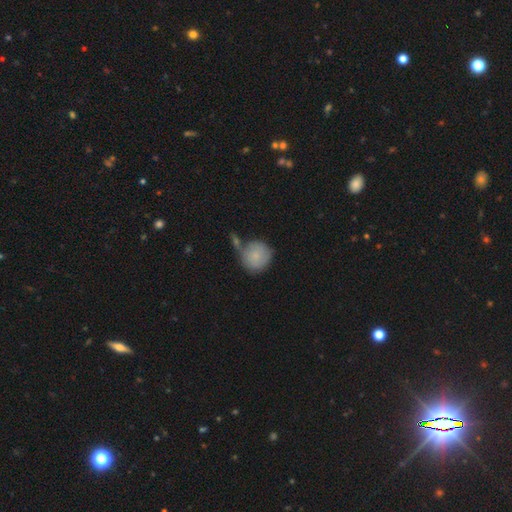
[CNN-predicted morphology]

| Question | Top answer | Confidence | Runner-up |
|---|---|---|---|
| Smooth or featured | smooth | 81% | featured or disk (13%) |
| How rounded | round | 91% | in between (8%) |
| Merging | none | 49% | merger (26%) |